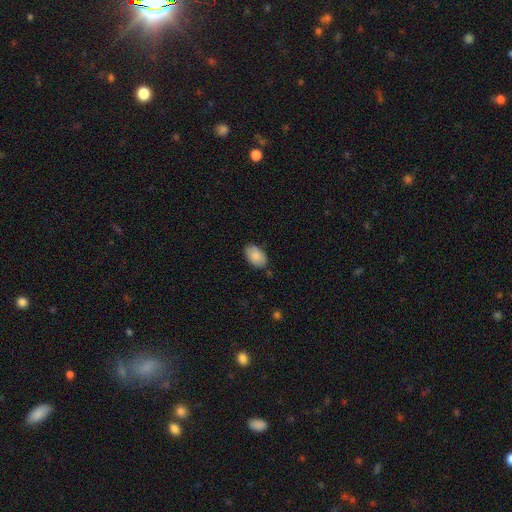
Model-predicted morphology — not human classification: Smooth or featured: smooth — 87% (star or artifact — 6%)
How rounded: in between — 92% (round — 7%)
Merging: none — 80% (minor disturbance — 15%)